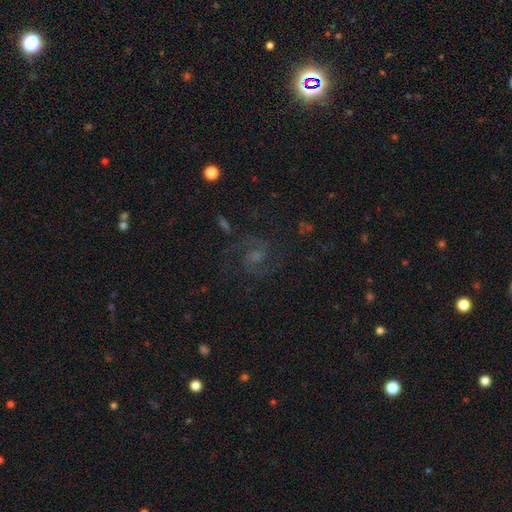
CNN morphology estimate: Smooth or featured? Predicted: featured or disk (p=0.79). Edge-on disk? Predicted: no (p=0.98). Bar? Predicted: no (p=0.46). Spiral arms? Predicted: yes (p=0.97). Spiral winding? Predicted: medium (p=0.61). Spiral arm count? Predicted: 2 (p=0.89). Bulge size? Predicted: moderate (p=0.38). Merging? Predicted: none (p=0.76).